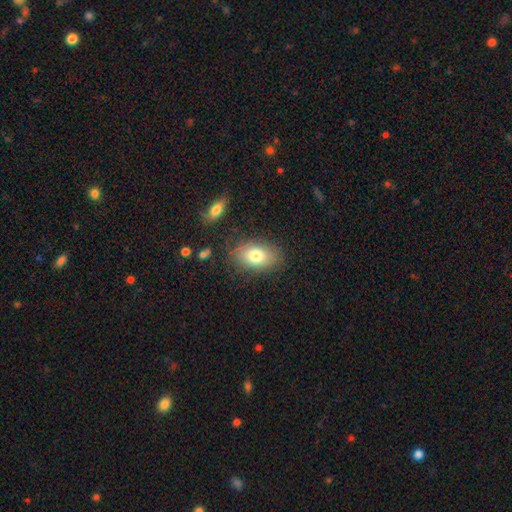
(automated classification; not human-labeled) Smooth or featured? smooth (76%)
How rounded? in between (86%)
Merging? none (80%)